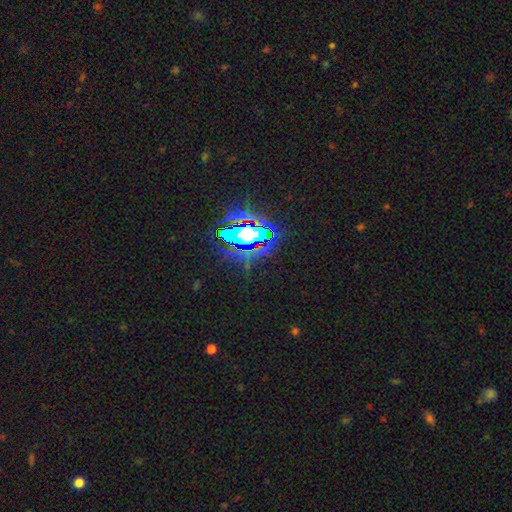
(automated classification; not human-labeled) Smooth or featured?
  - star or artifact: 83% *
  - smooth: 10%
  - featured or disk: 7%